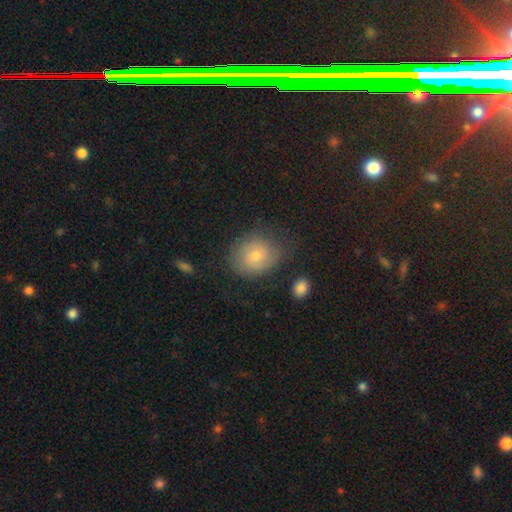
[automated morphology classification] Q: Smooth or featured?
A: smooth (58%); runner-up: featured or disk (32%)
Q: How rounded?
A: round (59%); runner-up: in between (40%)
Q: Merging?
A: none (71%); runner-up: minor disturbance (20%)